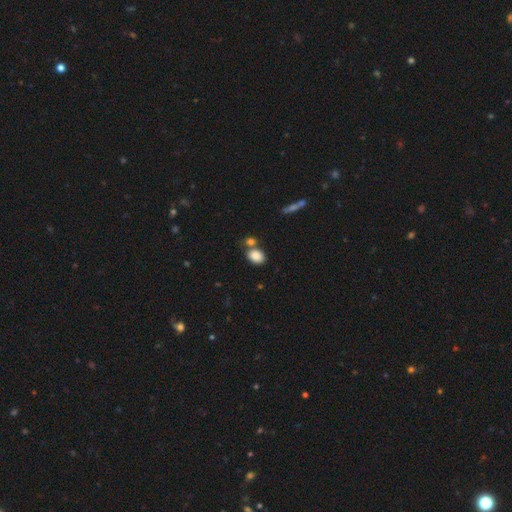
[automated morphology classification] The model was most divided on "merging": none: 56%, merger: 28%, minor disturbance: 12%, major disturbance: 4%. More confident: smooth or featured — smooth (85%); how rounded — in between (70%).